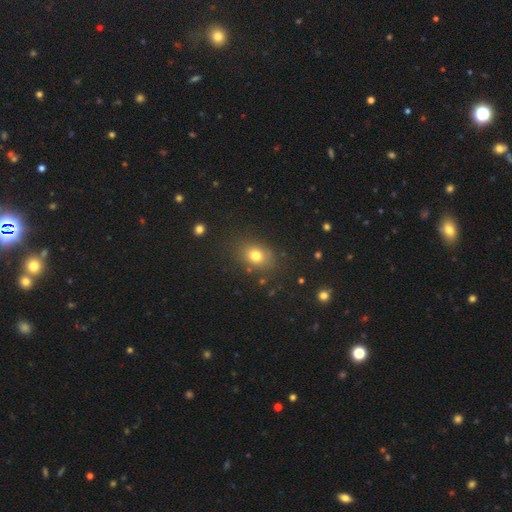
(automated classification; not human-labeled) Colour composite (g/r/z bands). It shows a smooth galaxy with no disk features (77%) that is in between round and cigar-shaped (58%). Merging: none (81%).